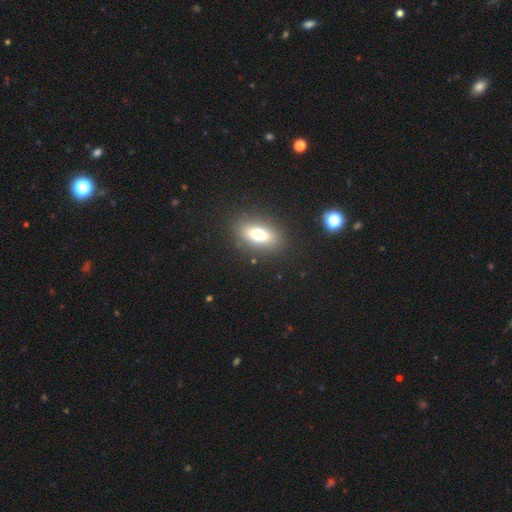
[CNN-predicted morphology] Smooth or featured? smooth (61%)
How rounded? in between (78%)
Merging? none (89%)